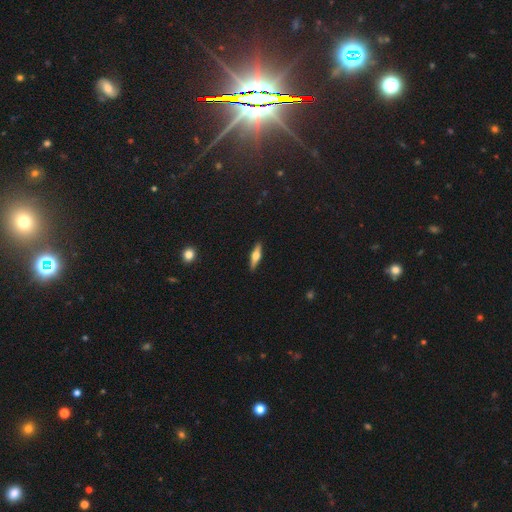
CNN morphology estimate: smooth-or-featured: featured or disk: 56% | smooth: 38% | star or artifact: 6%
  disk-edge-on: yes: 95% | no: 5%
    edge-on-bulge: rounded: 92% | boxy: 5% | none: 2%
  merging: none: 90% | minor disturbance: 7% | major disturbance: 2% | merger: 1%